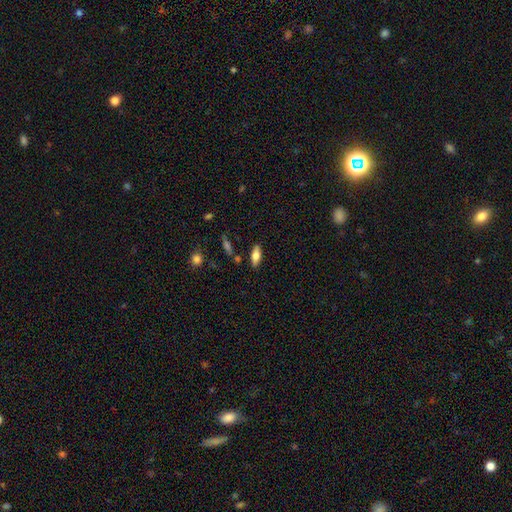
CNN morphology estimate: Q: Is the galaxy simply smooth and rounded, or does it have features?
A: smooth — 68%.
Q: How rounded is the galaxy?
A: in between — 73%.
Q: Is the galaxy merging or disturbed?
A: none — 84%.